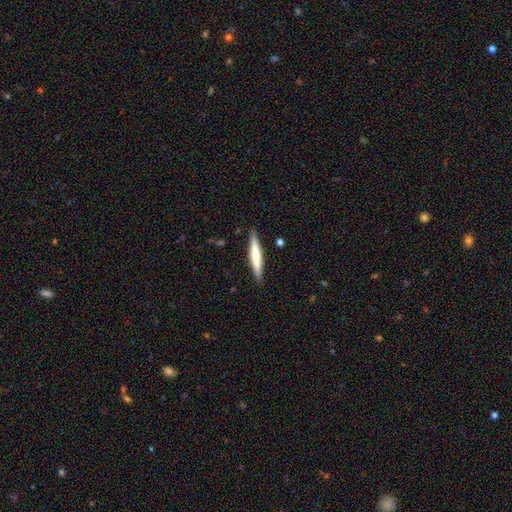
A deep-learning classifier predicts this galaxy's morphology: smooth-or-featured: smooth: 57% | featured or disk: 38% | star or artifact: 5%
  how-rounded: cigar-shaped: 93% | in between: 6% | round: 1%
  merging: none: 89% | minor disturbance: 8% | major disturbance: 2% | merger: 1%